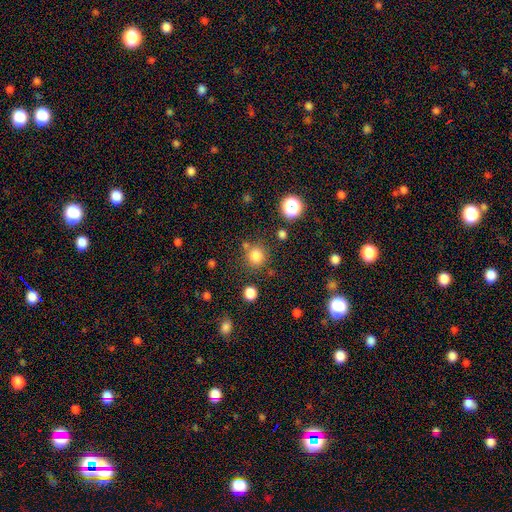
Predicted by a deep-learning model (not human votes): A smooth galaxy with no disk features (80%) that is round (90%). Merging: none (78%).